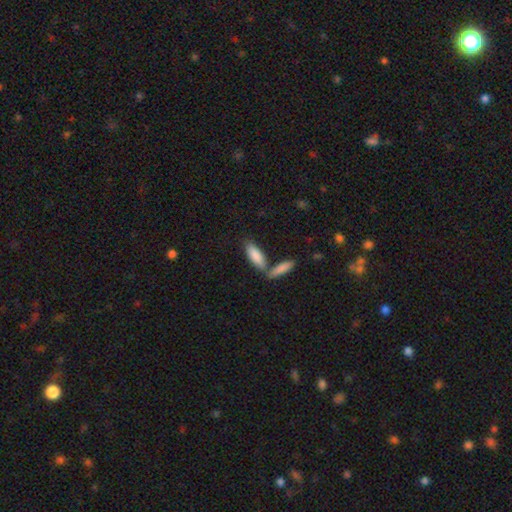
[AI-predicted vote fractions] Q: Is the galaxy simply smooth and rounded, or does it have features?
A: smooth — 85%.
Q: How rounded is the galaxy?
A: in between — 62%.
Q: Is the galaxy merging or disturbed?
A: none — 51%.